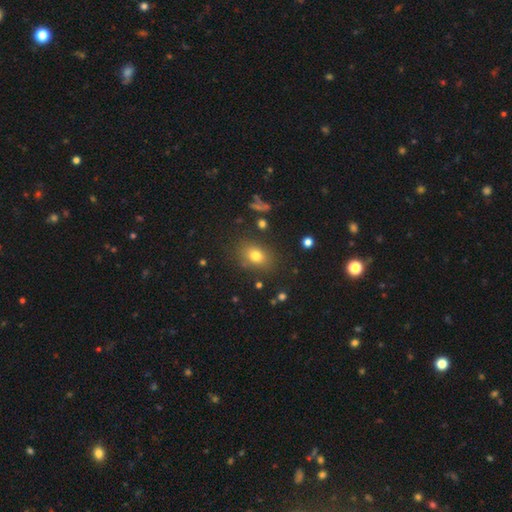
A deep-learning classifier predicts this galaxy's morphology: This appears to be a smooth galaxy with no disk features (76%) that is in between round and cigar-shaped (64%). Merging: none (82%).